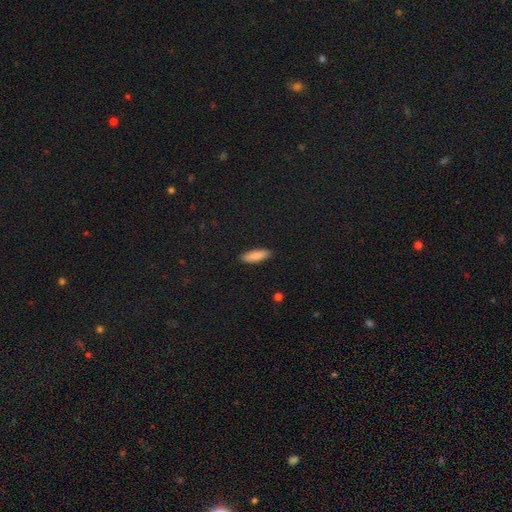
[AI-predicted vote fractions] Smooth or featured?
  - smooth: 87% *
  - featured or disk: 7%
  - star or artifact: 6%
How rounded?
  - in between: 51% *
  - cigar-shaped: 47%
  - round: 2%
Merging?
  - none: 89% *
  - minor disturbance: 8%
  - major disturbance: 2%
  - merger: 1%